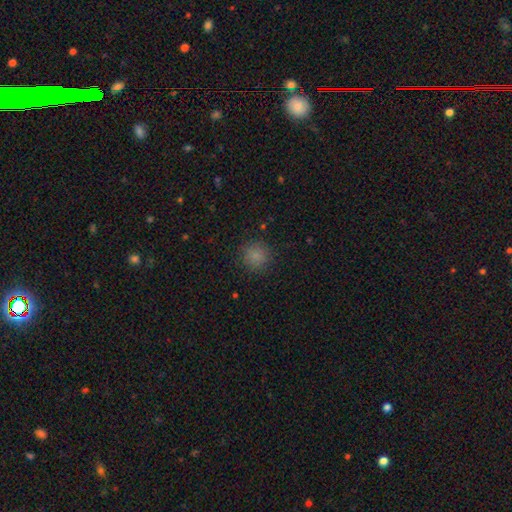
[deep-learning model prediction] Smooth or featured? smooth (82%)
How rounded? round (92%)
Merging? none (87%)